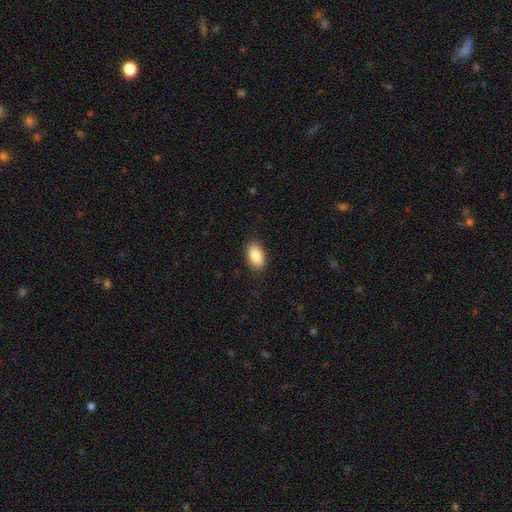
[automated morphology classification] Q: Smooth or featured?
A: smooth (87%); runner-up: star or artifact (7%)
Q: How rounded?
A: in between (93%); runner-up: round (6%)
Q: Merging?
A: none (87%); runner-up: minor disturbance (10%)